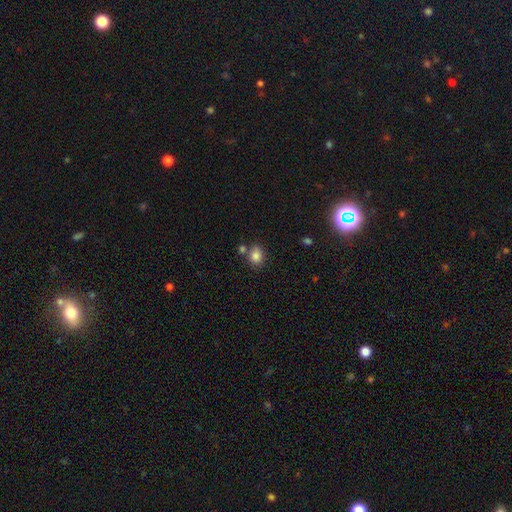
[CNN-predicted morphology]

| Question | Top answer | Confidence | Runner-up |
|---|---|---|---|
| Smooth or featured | smooth | 83% | star or artifact (11%) |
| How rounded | round | 51% | in between (48%) |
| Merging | none | 67% | merger (16%) |